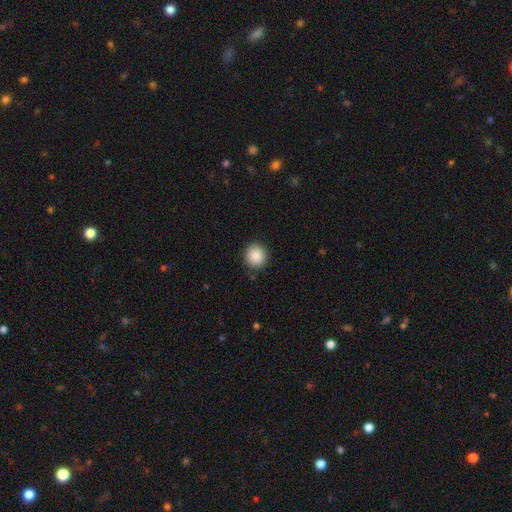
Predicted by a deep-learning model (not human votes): The model was most divided on "smooth or featured": smooth: 89%, star or artifact: 8%, featured or disk: 3%. More confident: how rounded — round (92%); merging — none (90%).